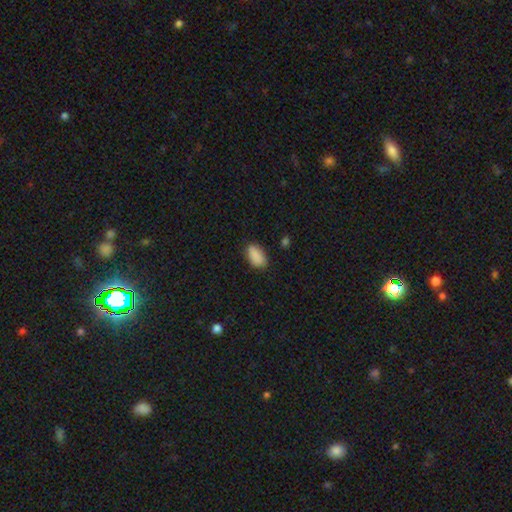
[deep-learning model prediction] Morphology: type=smooth (89%); roundness=in between (93%); merging=none (80%).